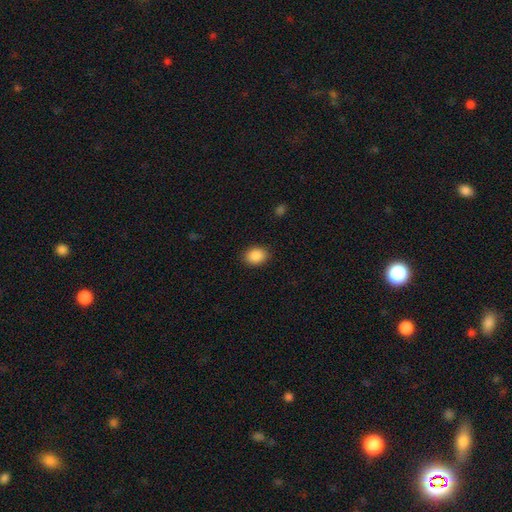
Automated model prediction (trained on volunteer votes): Smooth or featured? Predicted: smooth (p=0.89). How rounded? Predicted: in between (p=0.62). Merging? Predicted: none (p=0.88).